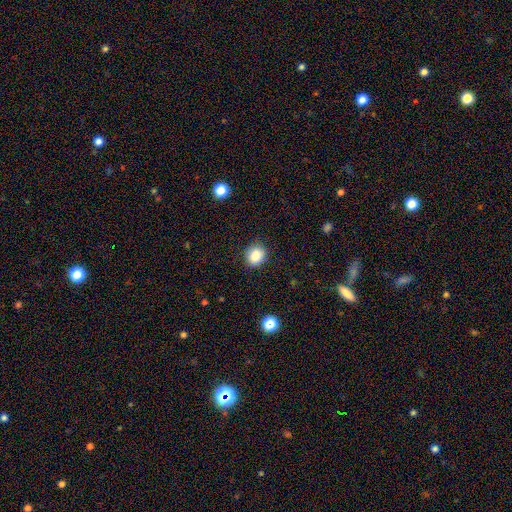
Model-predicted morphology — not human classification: smooth 85%, star or artifact 10%, featured or disk 5%. Down the decision tree: how rounded — round (69%); merging — none (86%).